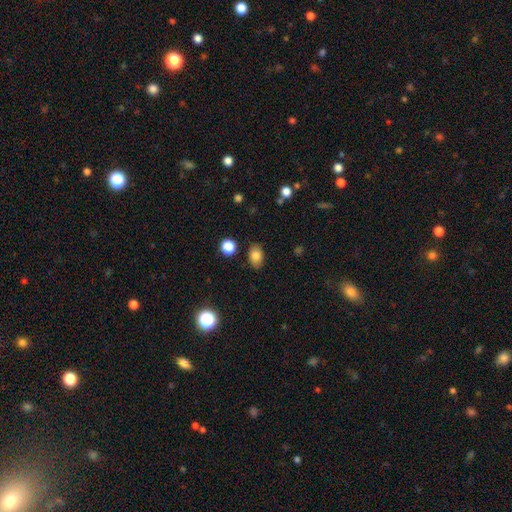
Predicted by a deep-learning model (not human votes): Morphology: type=smooth (83%); roundness=in between (81%); merging=none (85%).